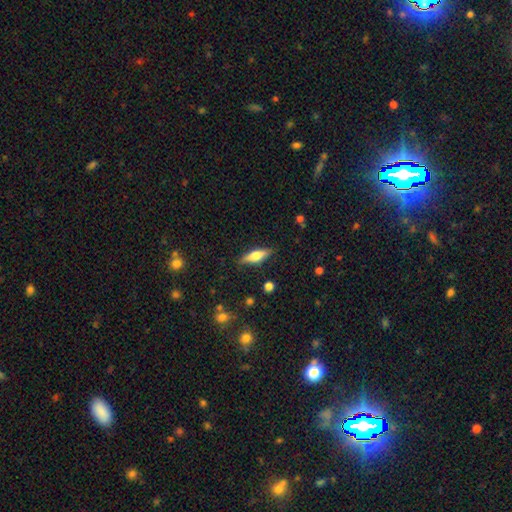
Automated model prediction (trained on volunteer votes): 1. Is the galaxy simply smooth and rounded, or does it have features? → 56% smooth, 37% featured or disk, 7% star or artifact.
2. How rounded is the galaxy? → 54% cigar-shaped, 44% in between, 2% round.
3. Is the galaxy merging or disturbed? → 85% none, 11% minor disturbance, 3% major disturbance, 1% merger.